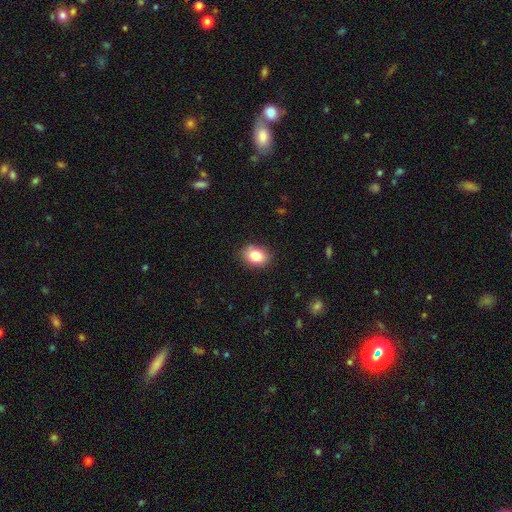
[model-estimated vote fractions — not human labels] This appears to be a smooth galaxy with no disk features (82%) that is in between round and cigar-shaped (74%). Merging: none (85%).